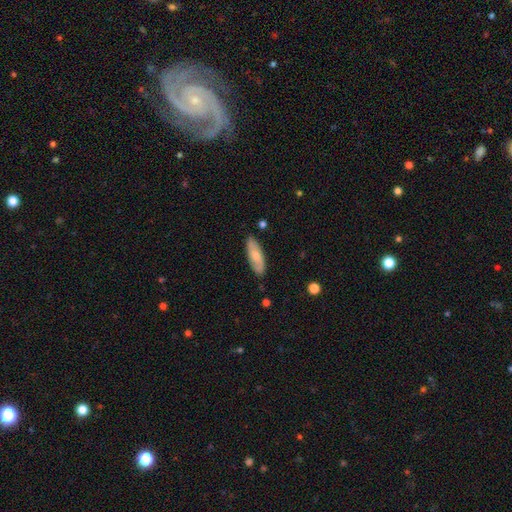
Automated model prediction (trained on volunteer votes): Smooth or featured? smooth (60%)
How rounded? in between (63%)
Merging? none (85%)